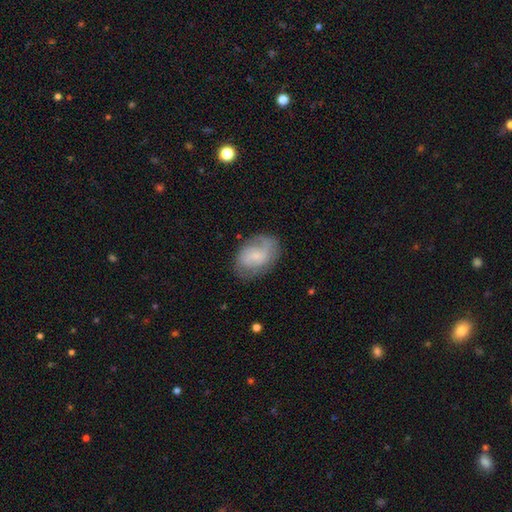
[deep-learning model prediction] Smooth or featured? Predicted: featured or disk (p=0.56). Edge-on disk? Predicted: no (p=0.97). Bar? Predicted: no (p=0.54). Spiral arms? Predicted: yes (p=0.85). Bulge size? Predicted: small (p=0.66). Merging? Predicted: none (p=0.70).